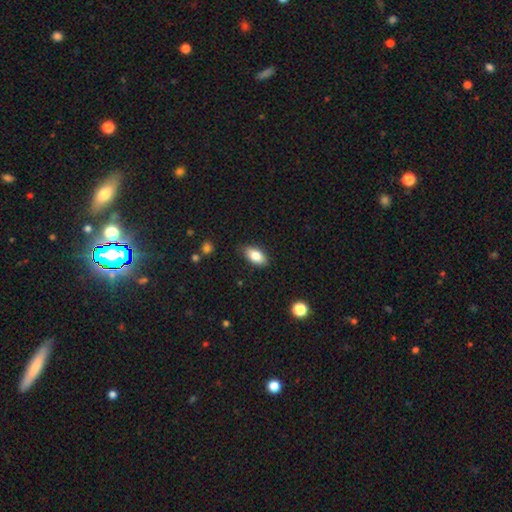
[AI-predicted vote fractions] A smooth galaxy with no disk features (81%) that is in between round and cigar-shaped (90%). Merging: none (83%).